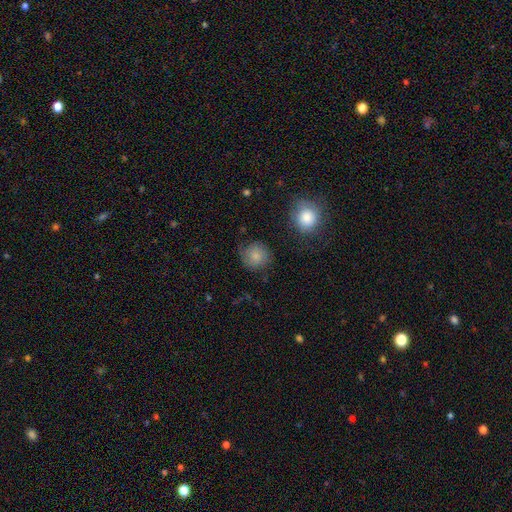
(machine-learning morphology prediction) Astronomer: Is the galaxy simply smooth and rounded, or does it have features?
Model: smooth — 78%.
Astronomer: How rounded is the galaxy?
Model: round — 90%.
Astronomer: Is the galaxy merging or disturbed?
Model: none — 74%.